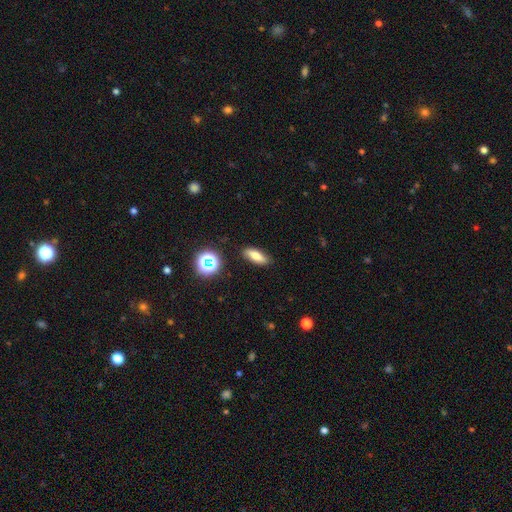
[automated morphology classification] Smooth or featured?
  - smooth: 74% *
  - featured or disk: 15%
  - star or artifact: 11%
How rounded?
  - in between: 63% *
  - cigar-shaped: 32%
  - round: 5%
Merging?
  - none: 86% *
  - minor disturbance: 10%
  - major disturbance: 2%
  - merger: 2%